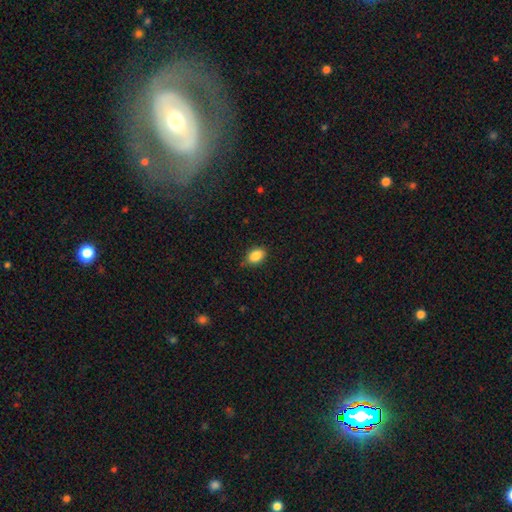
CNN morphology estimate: This appears to be a smooth galaxy with no disk features (88%) that is in between round and cigar-shaped (83%). Merging: none (82%).